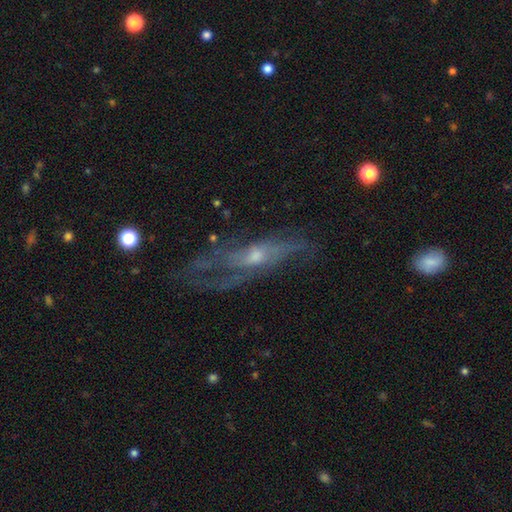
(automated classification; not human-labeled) This is likely a featured or disk galaxy (72%). It is likely not viewed edge-on (66%). Merging: possibly none (57%).